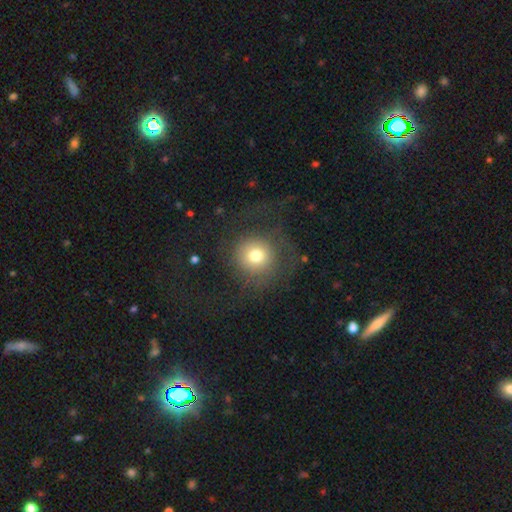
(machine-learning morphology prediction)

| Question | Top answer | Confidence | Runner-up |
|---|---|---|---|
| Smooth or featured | smooth | 71% | featured or disk (16%) |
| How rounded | round | 93% | in between (6%) |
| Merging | none | 62% | major disturbance (23%) |